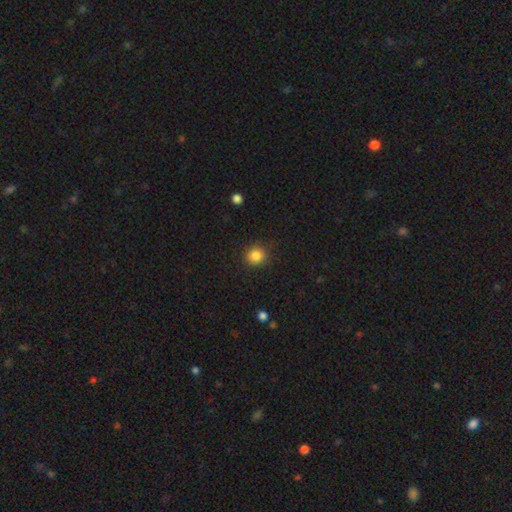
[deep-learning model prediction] A smooth galaxy with no disk features (85%) that is round (88%). Merging: none (87%).